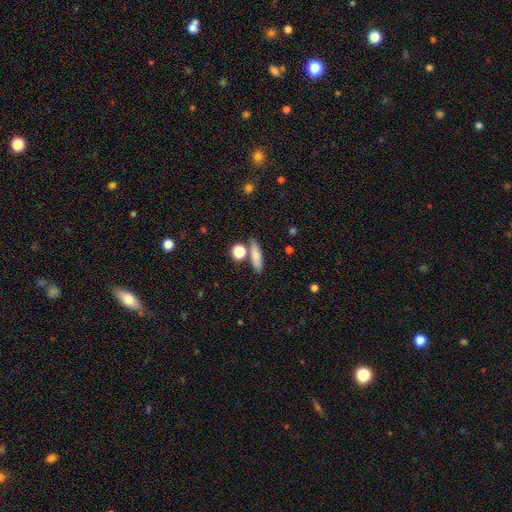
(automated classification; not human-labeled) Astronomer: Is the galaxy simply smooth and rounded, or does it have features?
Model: smooth — 78%.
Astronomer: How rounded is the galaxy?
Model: cigar-shaped — 62%.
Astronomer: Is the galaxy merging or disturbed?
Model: none — 72%.